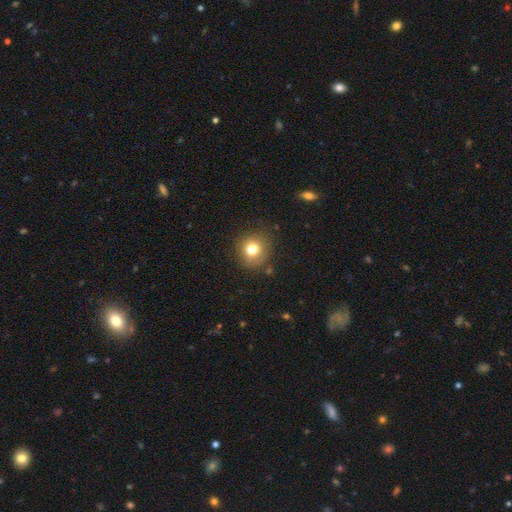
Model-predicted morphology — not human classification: smooth_or_featured: smooth (p=0.75) [alt: star or artifact p=0.14]
how_rounded: round (p=0.90) [alt: in between p=0.09]
merging: none (p=0.83) [alt: minor disturbance p=0.11]